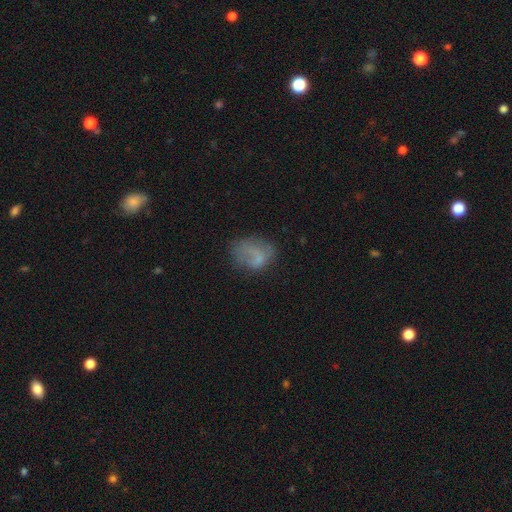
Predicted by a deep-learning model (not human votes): Smooth or featured? smooth (58%)
How rounded? in between (69%)
Merging? none (43%)